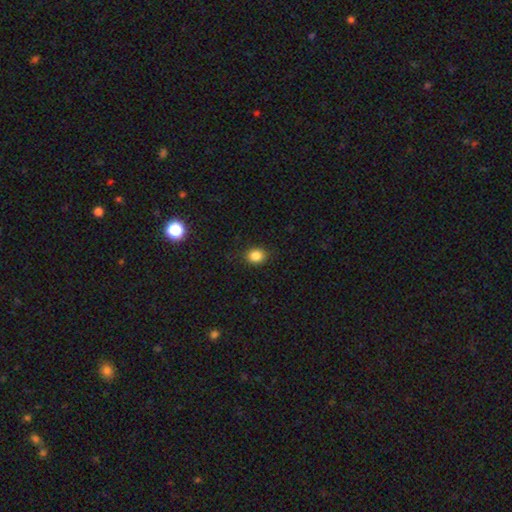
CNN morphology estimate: Smooth or featured? smooth (84%)
How rounded? round (60%)
Merging? none (87%)